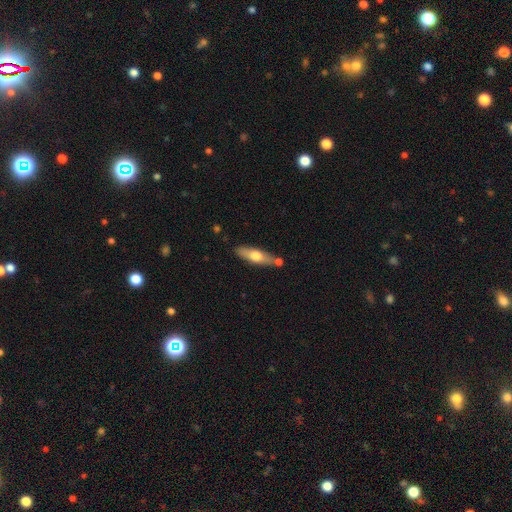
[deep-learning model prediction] smooth_or_featured: smooth (p=0.53) [alt: featured or disk p=0.42]
how_rounded: cigar-shaped (p=0.63) [alt: in between p=0.34]
merging: none (p=0.71) [alt: minor disturbance p=0.14]